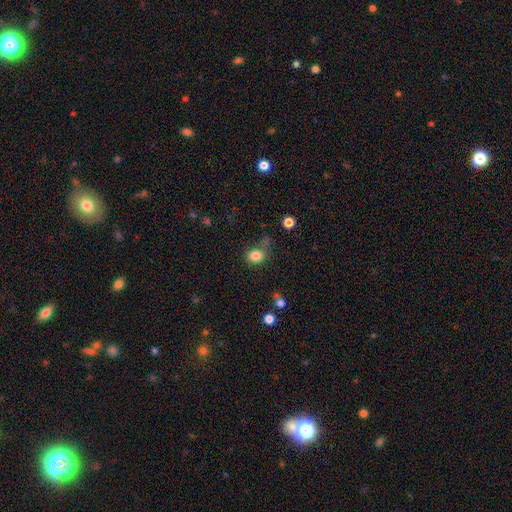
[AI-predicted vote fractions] smooth 84%, star or artifact 11%, featured or disk 5%. Down the decision tree: how rounded — round (51%); merging — none (67%).